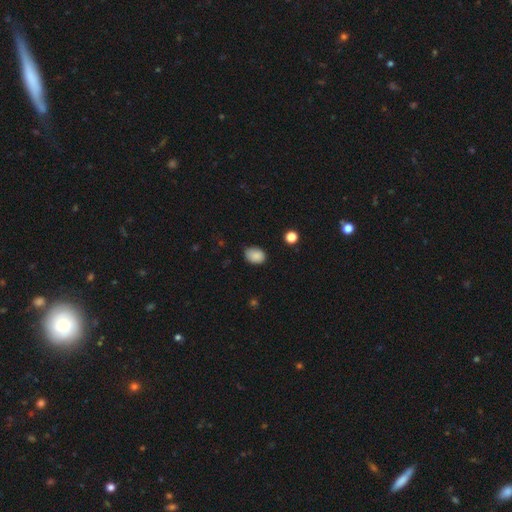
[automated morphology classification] This appears to be a smooth galaxy with no disk features (87%) that is in between round and cigar-shaped (74%). Merging: none (77%).